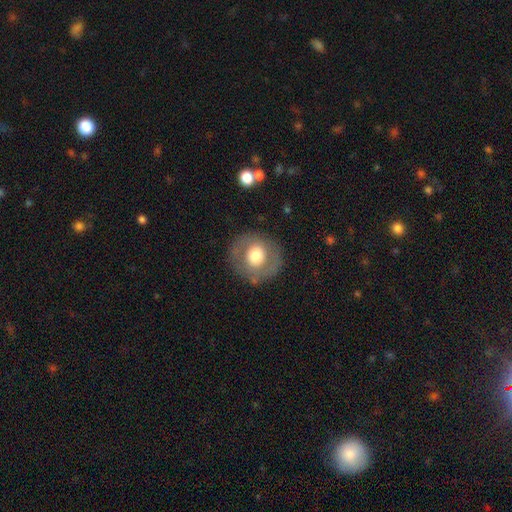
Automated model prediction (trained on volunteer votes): Smooth or featured? smooth (57%)
How rounded? round (90%)
Merging? none (81%)